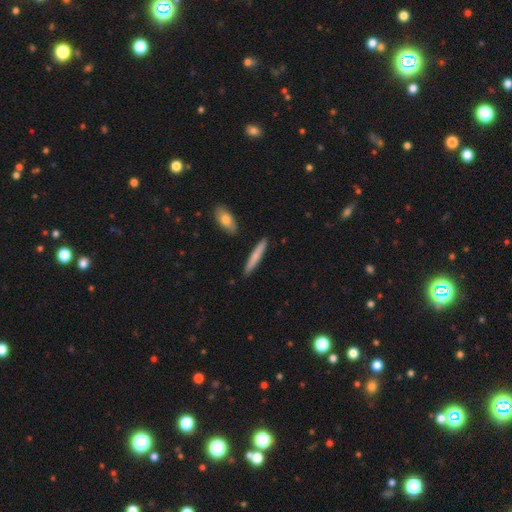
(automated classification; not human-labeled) Smooth or featured? smooth (74%)
How rounded? cigar-shaped (94%)
Merging? none (89%)